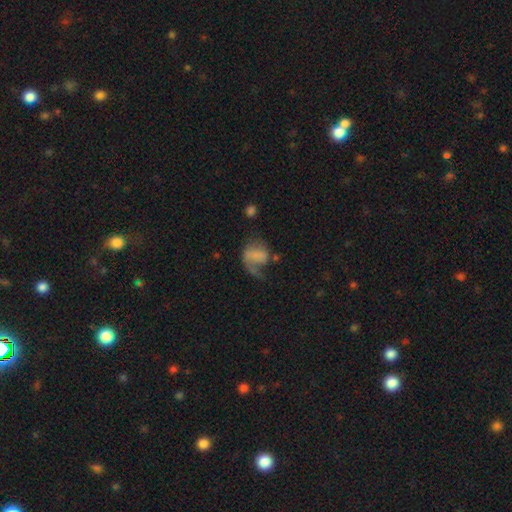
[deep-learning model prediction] This appears to be a smooth galaxy with no disk features (47%). Merging: major disturbance (50%).